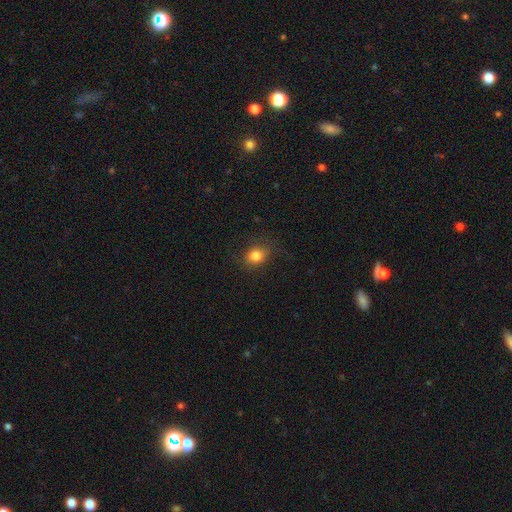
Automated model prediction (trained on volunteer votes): smooth_or_featured: smooth (p=0.82) [alt: star or artifact p=0.11]
how_rounded: round (p=0.59) [alt: in between p=0.40]
merging: none (p=0.80) [alt: minor disturbance p=0.14]